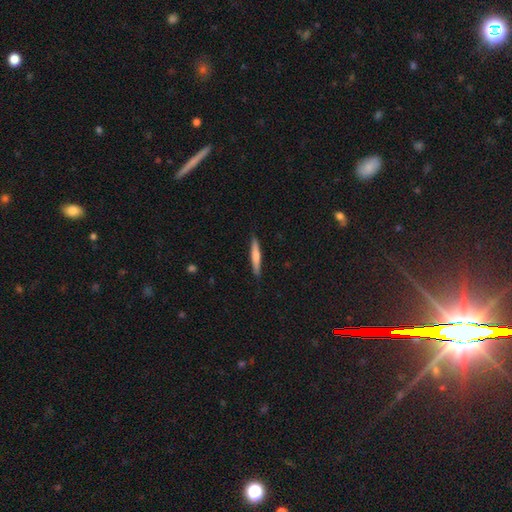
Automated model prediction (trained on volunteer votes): Smooth or featured? Predicted: smooth (p=0.66). How rounded? Predicted: cigar-shaped (p=0.94). Merging? Predicted: none (p=0.89).